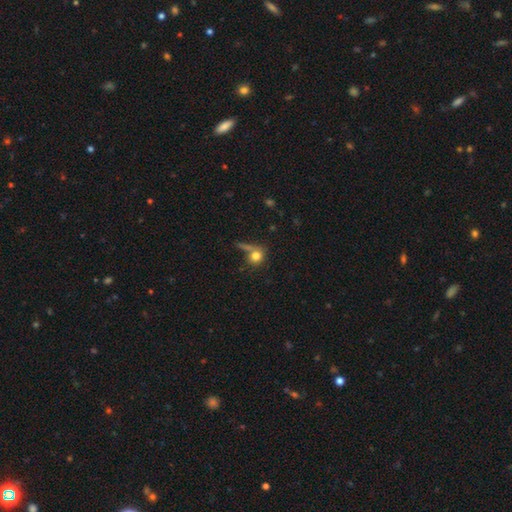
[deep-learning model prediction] smooth 78%, featured or disk 11%, star or artifact 11%. Down the decision tree: how rounded — round (77%); merging — none (50%).